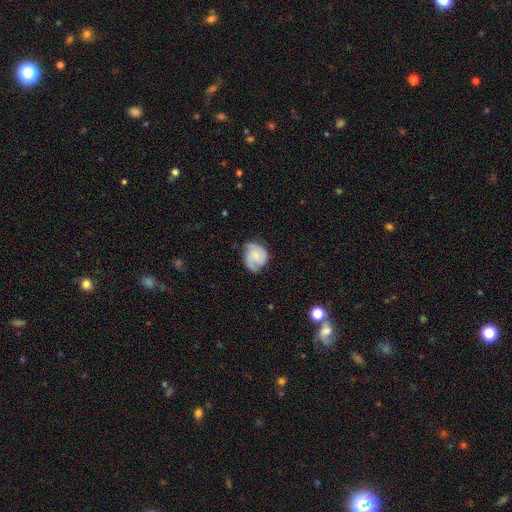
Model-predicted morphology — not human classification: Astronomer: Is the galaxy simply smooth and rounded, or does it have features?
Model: featured or disk — 57% (runner-up: smooth, 36%).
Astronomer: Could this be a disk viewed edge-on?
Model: no — 98%.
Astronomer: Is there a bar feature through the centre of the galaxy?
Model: no — 69%.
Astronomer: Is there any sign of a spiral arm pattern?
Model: yes — 91%.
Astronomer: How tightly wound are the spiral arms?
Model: medium — 44% (runner-up: tight, 39%).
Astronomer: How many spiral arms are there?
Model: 2 — 50%.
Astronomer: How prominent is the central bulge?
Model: small — 43% (runner-up: none, 31%).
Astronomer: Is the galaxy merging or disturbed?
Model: none — 56%.